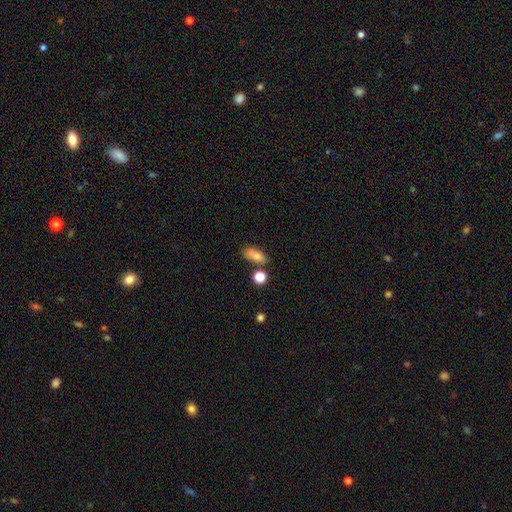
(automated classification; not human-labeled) Smooth or featured?
  - smooth: 78% *
  - featured or disk: 11%
  - star or artifact: 11%
How rounded?
  - in between: 80% *
  - cigar-shaped: 10%
  - round: 9%
Merging?
  - none: 66% *
  - minor disturbance: 18%
  - merger: 11%
  - major disturbance: 5%